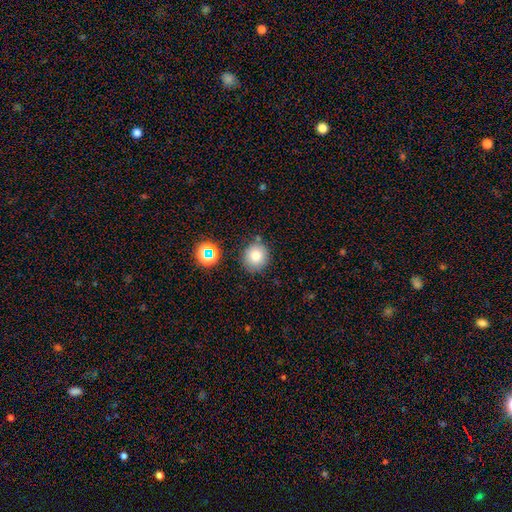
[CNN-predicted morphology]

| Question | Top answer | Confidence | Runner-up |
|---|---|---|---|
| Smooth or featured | smooth | 79% | star or artifact (13%) |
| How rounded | round | 91% | in between (9%) |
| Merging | none | 81% | minor disturbance (11%) |